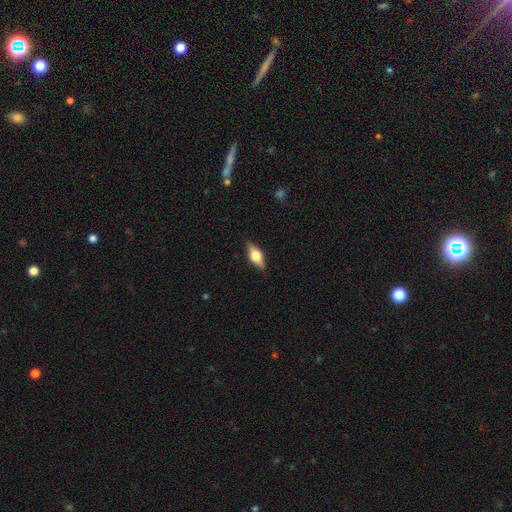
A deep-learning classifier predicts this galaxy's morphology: featured or disk 51%, smooth 41%, star or artifact 7%. Down the decision tree: edge-on disk — yes (92%); merging — none (85%).